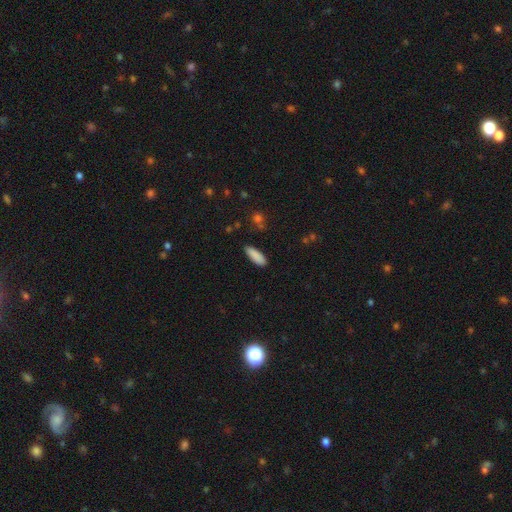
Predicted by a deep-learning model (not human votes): This appears to be a smooth galaxy with no disk features (88%) that is in between round and cigar-shaped (62%). Merging: none (86%).